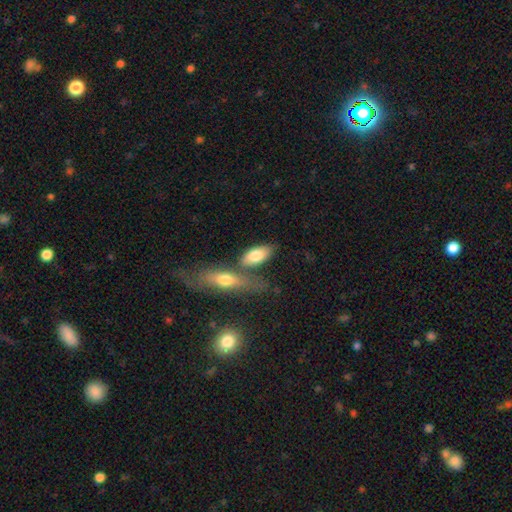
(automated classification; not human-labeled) smooth-or-featured: smooth: 77% | featured or disk: 17% | star or artifact: 6%
  how-rounded: in between: 86% | cigar-shaped: 10% | round: 3%
  merging: none: 49% | merger: 33% | minor disturbance: 13% | major disturbance: 5%